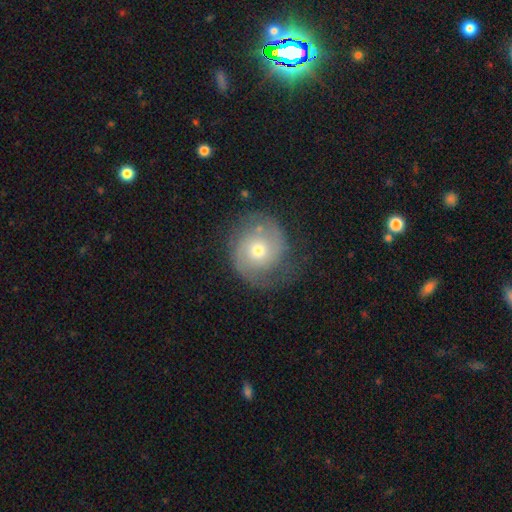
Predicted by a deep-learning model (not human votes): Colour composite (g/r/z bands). It shows a featured or disk galaxy (73%) with no bar (73%), 2 (54%) tight (61%) spiral arms (94%) and a moderate central bulge (63%). Merging: none (78%).